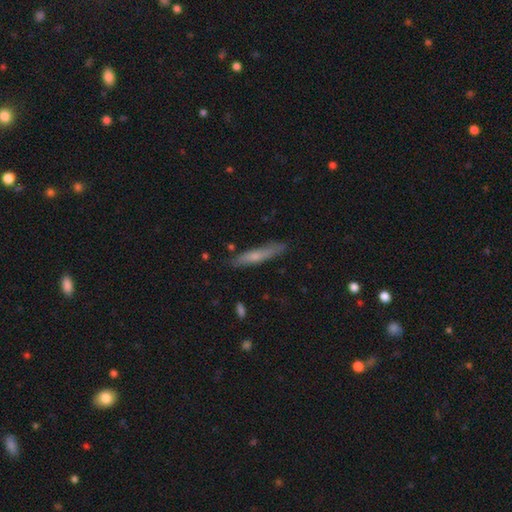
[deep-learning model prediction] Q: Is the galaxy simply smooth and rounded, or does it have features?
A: smooth — 57%.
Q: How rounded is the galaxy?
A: cigar-shaped — 91%.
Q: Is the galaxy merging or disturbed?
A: none — 84%.